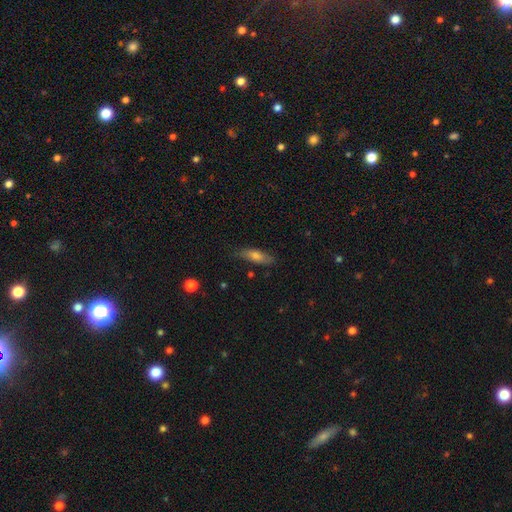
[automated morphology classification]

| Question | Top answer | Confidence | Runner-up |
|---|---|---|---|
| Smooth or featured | smooth | 69% | featured or disk (24%) |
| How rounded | in between | 53% | cigar-shaped (44%) |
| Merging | none | 75% | minor disturbance (19%) |